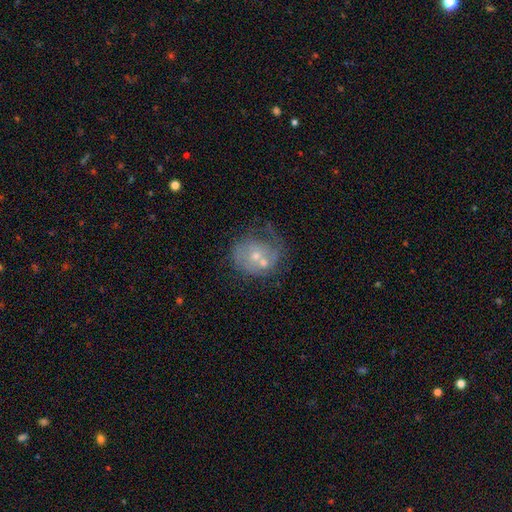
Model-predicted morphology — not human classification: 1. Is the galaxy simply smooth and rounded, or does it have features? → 60% featured or disk, 29% smooth, 11% star or artifact.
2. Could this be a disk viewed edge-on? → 97% no, 3% yes.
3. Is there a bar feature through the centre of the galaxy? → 80% no, 17% weak, 3% strong.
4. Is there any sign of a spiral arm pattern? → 55% yes, 45% no.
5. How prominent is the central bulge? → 55% small, 38% moderate, 4% none, 2% large, 1% dominant.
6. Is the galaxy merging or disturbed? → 36% none, 28% merger, 18% minor disturbance, 18% major disturbance.